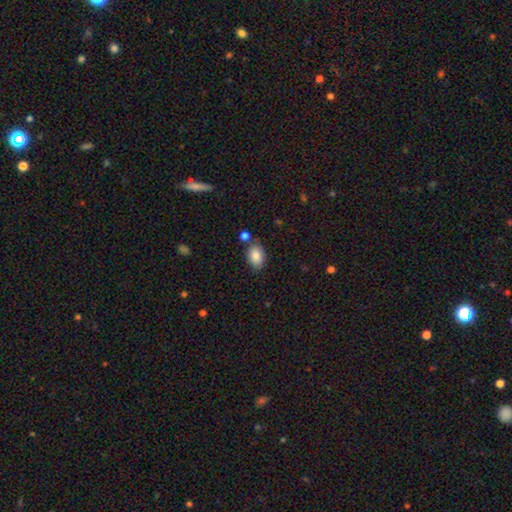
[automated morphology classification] type=smooth (86%); roundness=in between (84%); merging=none (73%).